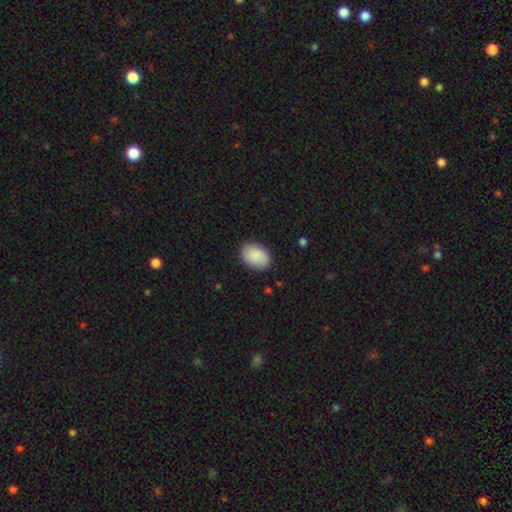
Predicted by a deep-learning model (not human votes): smooth-or-featured: smooth: 88% | star or artifact: 6% | featured or disk: 6%
  how-rounded: in between: 77% | round: 22% | cigar-shaped: 1%
  merging: none: 87% | minor disturbance: 10% | major disturbance: 2% | merger: 1%